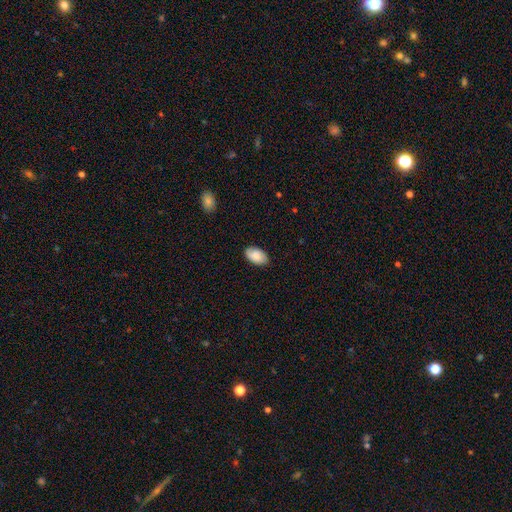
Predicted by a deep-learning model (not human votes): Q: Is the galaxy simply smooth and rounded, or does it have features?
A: smooth — 85%.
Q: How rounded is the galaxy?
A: in between — 94%.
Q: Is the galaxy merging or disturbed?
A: none — 84%.